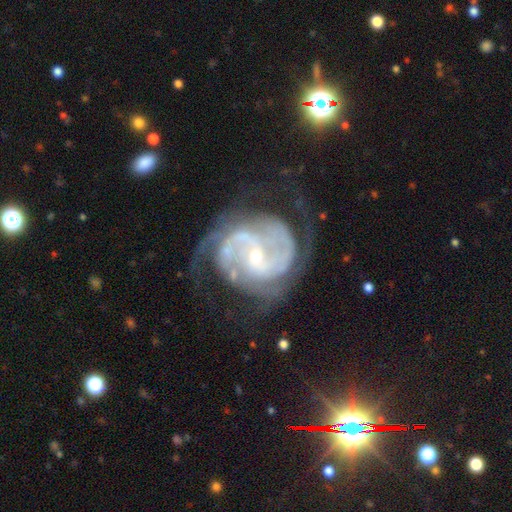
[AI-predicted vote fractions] Smooth or featured?
  - featured or disk: 90% *
  - star or artifact: 5%
  - smooth: 5%
Edge-on disk?
  - no: 98% *
  - yes: 2%
Bar?
  - weak: 42% *
  - no: 40%
  - strong: 18%
Spiral arms?
  - yes: 97% *
  - no: 3%
Spiral winding?
  - medium: 44% *
  - tight: 42%
  - loose: 13%
Spiral arm count?
  - 2: 55% *
  - can't tell: 15%
  - 3: 15%
  - 4: 6%
  - 1: 5%
  - more than 4: 4%
Bulge size?
  - small: 72% *
  - moderate: 25%
  - large: 1%
  - none: 1%
  - dominant: 1%
Merging?
  - none: 59% *
  - minor disturbance: 19%
  - major disturbance: 19%
  - merger: 3%